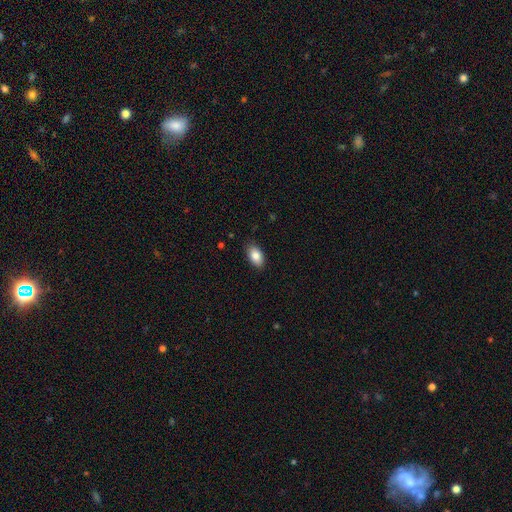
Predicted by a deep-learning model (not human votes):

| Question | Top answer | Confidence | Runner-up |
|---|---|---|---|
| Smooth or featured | smooth | 85% | featured or disk (8%) |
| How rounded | in between | 92% | round (6%) |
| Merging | none | 85% | minor disturbance (12%) |